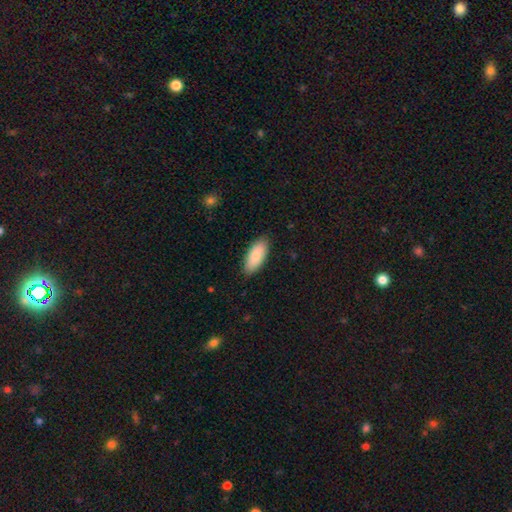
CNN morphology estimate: type=smooth (85%); roundness=in between (87%); merging=none (86%).